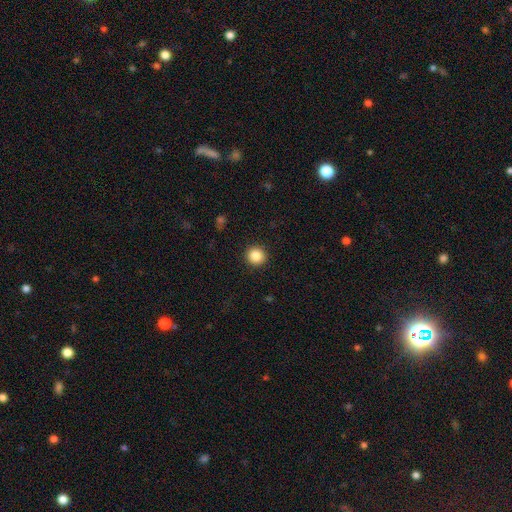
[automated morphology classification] This is clearly a smooth galaxy (86%). How rounded: clearly round (95%). Merging: clearly none (92%).